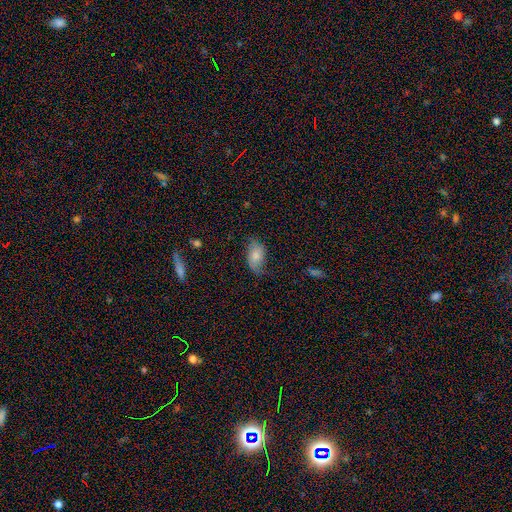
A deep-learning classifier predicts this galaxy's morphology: A smooth galaxy with no disk features (67%) that is in between round and cigar-shaped (92%). Merging: none (57%).